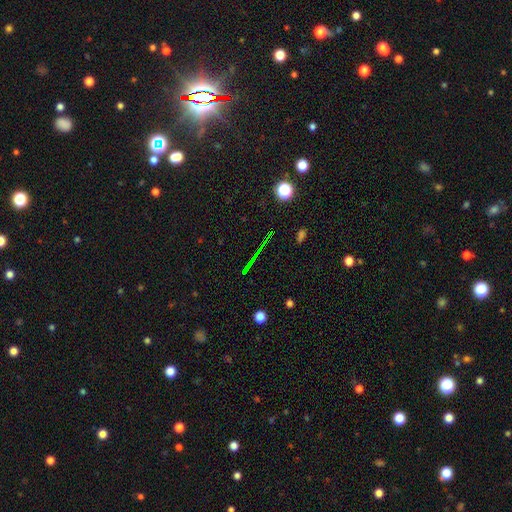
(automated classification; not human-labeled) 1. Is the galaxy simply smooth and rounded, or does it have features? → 65% star or artifact, 18% featured or disk, 17% smooth.